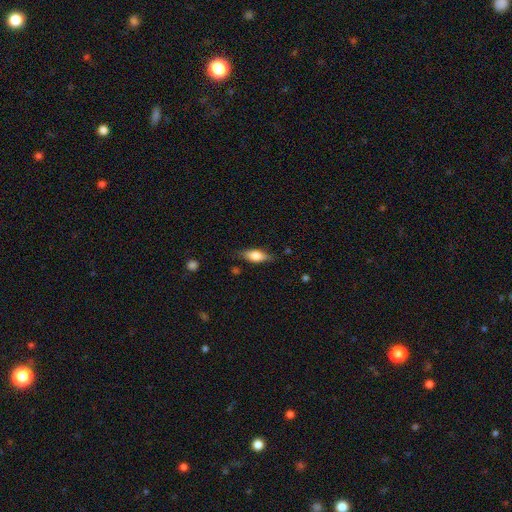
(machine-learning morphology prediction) A smooth galaxy with no disk features (61%) that is in between round and cigar-shaped (72%). Merging: none (75%).